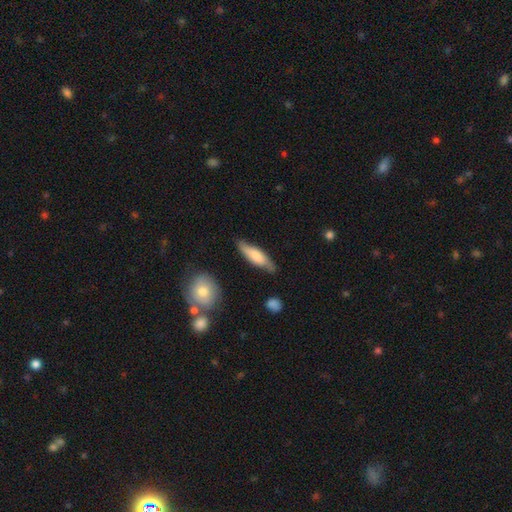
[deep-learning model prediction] smooth 62%, featured or disk 33%, star or artifact 6%. Down the decision tree: how rounded — cigar-shaped (63%); merging — none (75%).